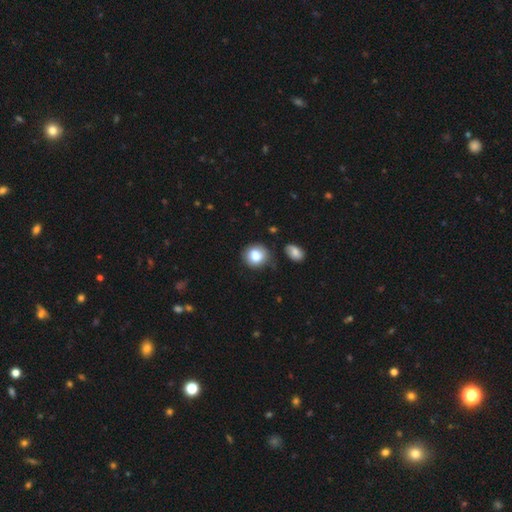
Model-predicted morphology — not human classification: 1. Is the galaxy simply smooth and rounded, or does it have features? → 82% smooth, 9% featured or disk, 9% star or artifact.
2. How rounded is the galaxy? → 84% round, 15% in between, 1% cigar-shaped.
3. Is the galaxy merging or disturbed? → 76% none, 16% minor disturbance, 4% major disturbance, 4% merger.